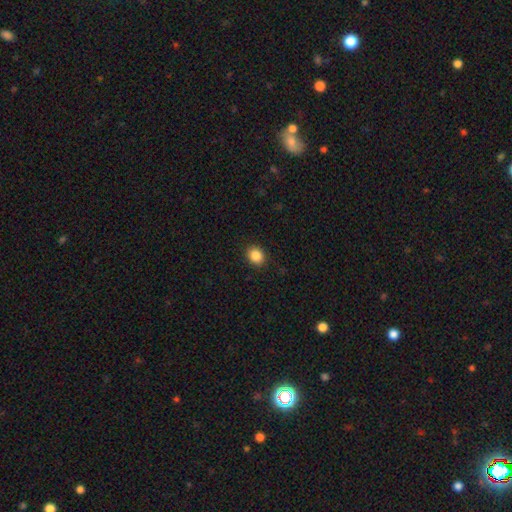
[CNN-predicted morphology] This is clearly a smooth galaxy (86%). How rounded: possibly round (59%). Merging: clearly none (90%).